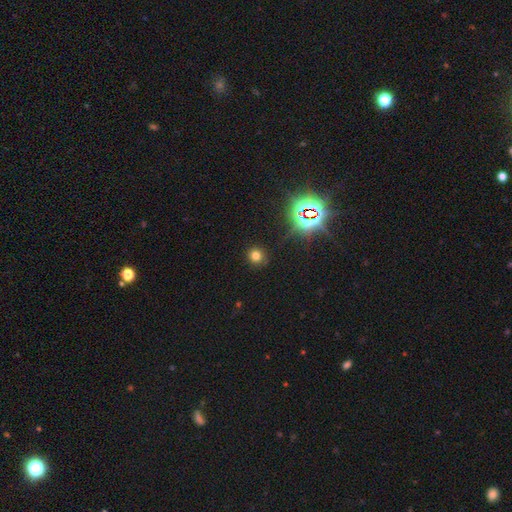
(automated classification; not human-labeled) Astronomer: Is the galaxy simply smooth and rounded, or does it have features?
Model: smooth — 71%.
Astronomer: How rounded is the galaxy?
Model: round — 90%.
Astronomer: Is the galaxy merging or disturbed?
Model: none — 89%.